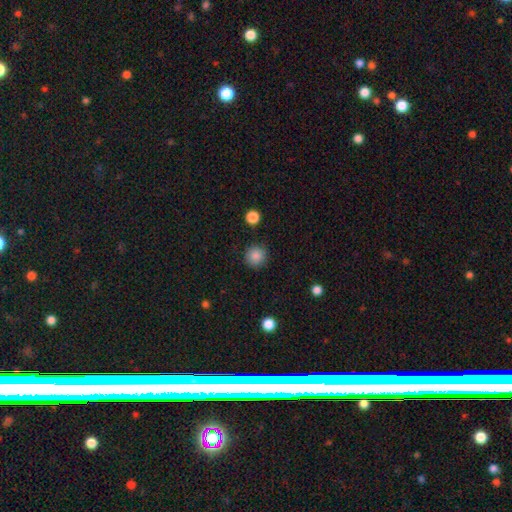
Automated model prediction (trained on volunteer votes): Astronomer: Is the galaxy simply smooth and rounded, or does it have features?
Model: smooth — 87%.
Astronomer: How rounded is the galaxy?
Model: round — 94%.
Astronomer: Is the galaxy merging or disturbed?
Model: none — 90%.